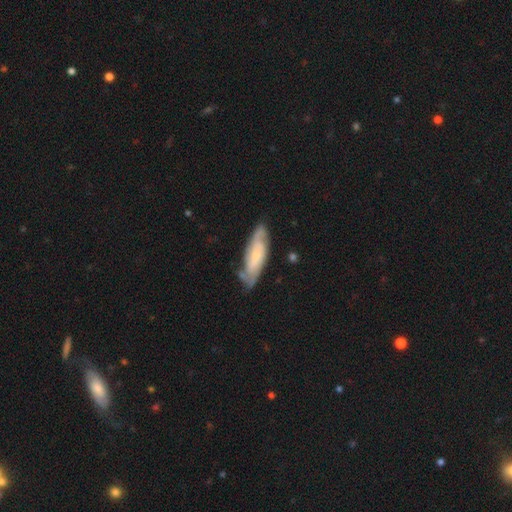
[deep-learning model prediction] Morphology: type=featured or disk (67%); edge-on=no (80%); bar=no (59%); spiral arms=yes (91%); bulge=small (55%); merging=none (71%).